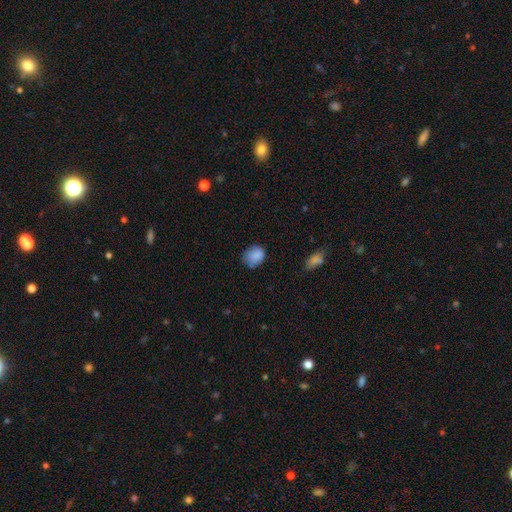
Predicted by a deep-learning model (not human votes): smooth-or-featured: smooth: 85% | star or artifact: 9% | featured or disk: 6%
  how-rounded: round: 55% | in between: 43% | cigar-shaped: 1%
  merging: none: 59% | minor disturbance: 31% | major disturbance: 7% | merger: 3%